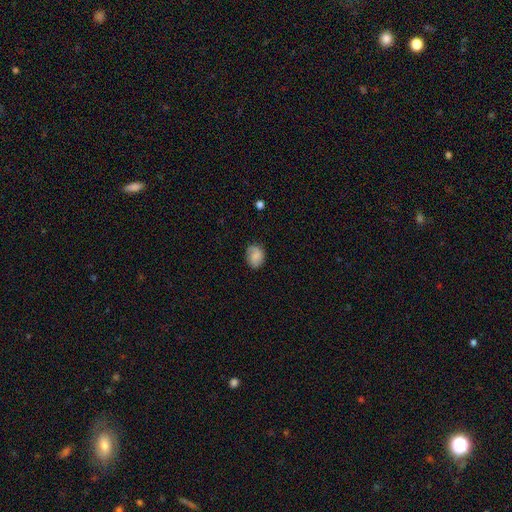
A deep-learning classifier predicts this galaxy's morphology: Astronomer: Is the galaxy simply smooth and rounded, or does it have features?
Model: smooth — 78%.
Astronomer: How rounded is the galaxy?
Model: in between — 53% (runner-up: round, 46%).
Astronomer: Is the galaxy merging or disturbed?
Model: none — 70%.